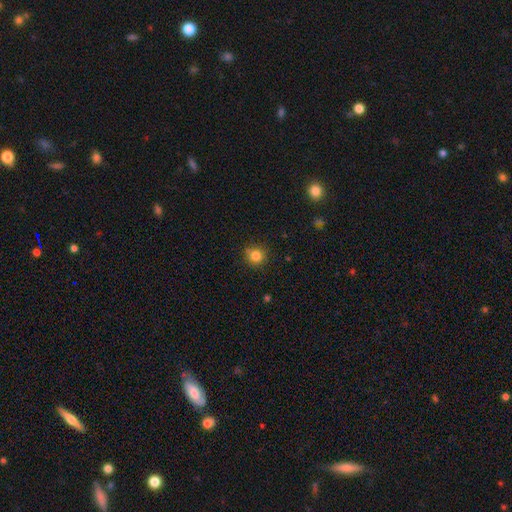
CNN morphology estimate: Overall: smooth (83%). How rounded: round (92%). Merging: none (86%).